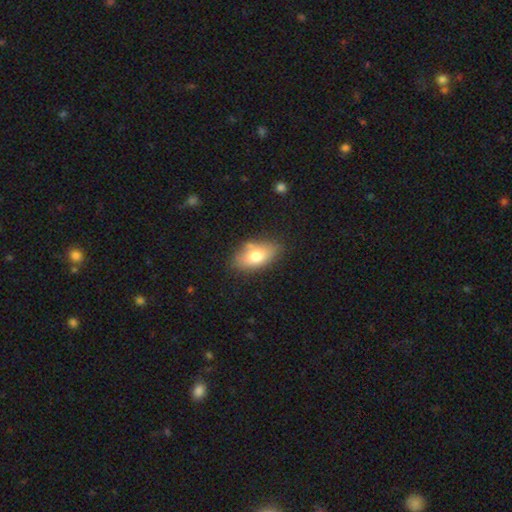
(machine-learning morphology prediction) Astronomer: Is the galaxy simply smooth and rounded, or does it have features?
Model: smooth — 75%.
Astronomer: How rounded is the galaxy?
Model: in between — 90%.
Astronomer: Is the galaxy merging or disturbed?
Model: none — 72%.